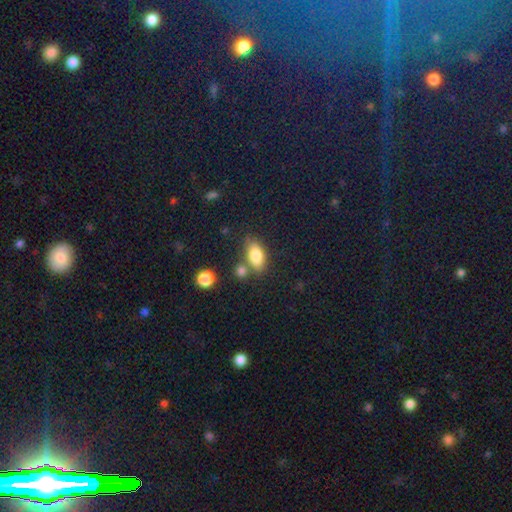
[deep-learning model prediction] Overall: smooth (81%). How rounded: in between (86%). Merging: none (67%).